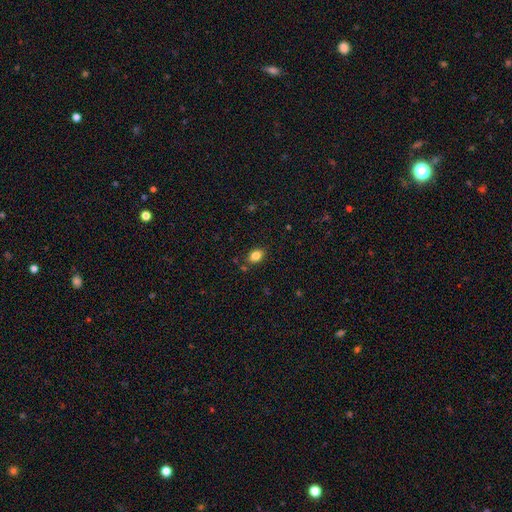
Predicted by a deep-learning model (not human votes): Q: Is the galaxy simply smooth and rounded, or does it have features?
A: smooth — 84%.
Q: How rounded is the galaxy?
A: in between — 75%.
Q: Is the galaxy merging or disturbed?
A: none — 83%.